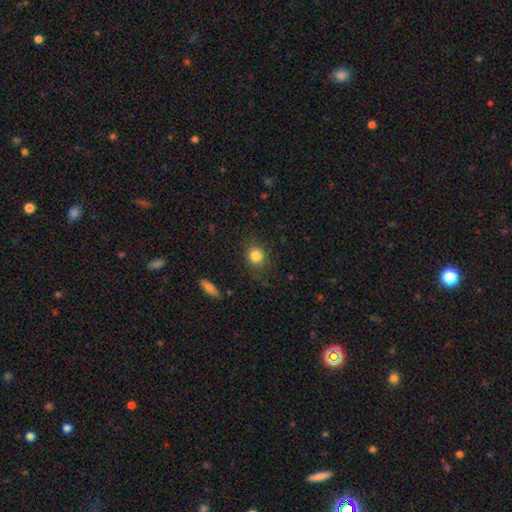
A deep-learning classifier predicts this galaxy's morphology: smooth-or-featured: smooth: 84% | star or artifact: 10% | featured or disk: 7%
  how-rounded: round: 79% | in between: 20% | cigar-shaped: 1%
  merging: none: 81% | minor disturbance: 13% | major disturbance: 5% | merger: 2%